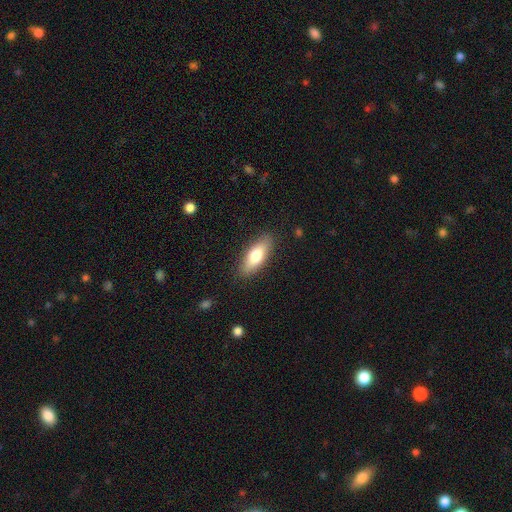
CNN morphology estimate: Smooth or featured? smooth (73%)
How rounded? in between (68%)
Merging? none (87%)